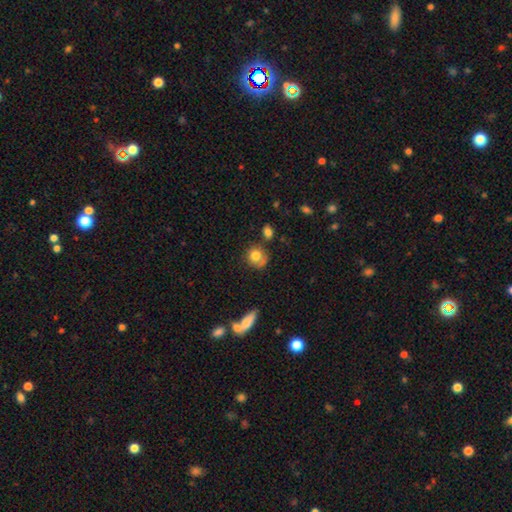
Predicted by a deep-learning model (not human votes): smooth 76%, featured or disk 14%, star or artifact 10%. Down the decision tree: how rounded — round (82%); merging — none (55%).